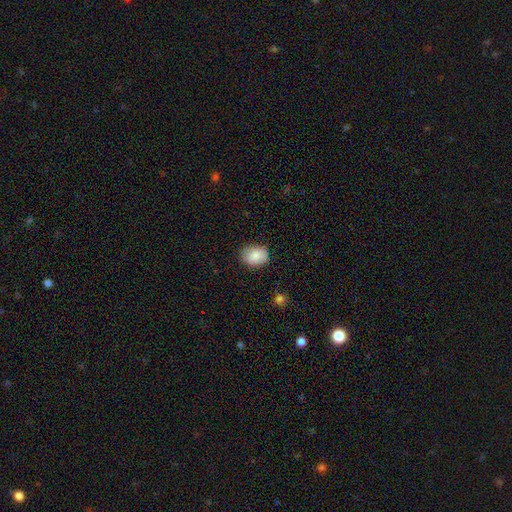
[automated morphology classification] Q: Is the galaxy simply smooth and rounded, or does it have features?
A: smooth — 85%.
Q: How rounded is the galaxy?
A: in between — 59%.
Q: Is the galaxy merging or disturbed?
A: none — 81%.